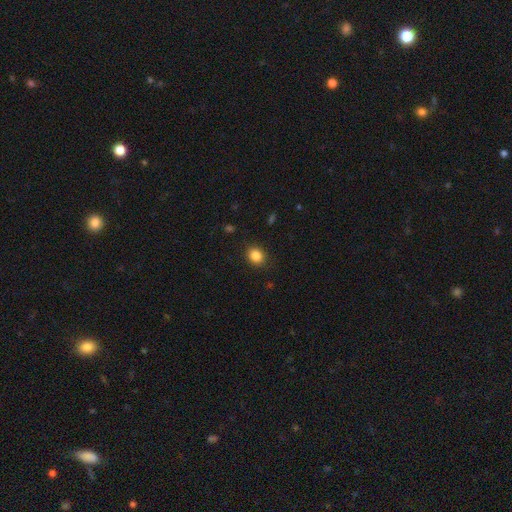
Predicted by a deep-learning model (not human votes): Smooth or featured: smooth — 86% (star or artifact — 10%)
How rounded: round — 67% (in between — 32%)
Merging: none — 89% (minor disturbance — 8%)